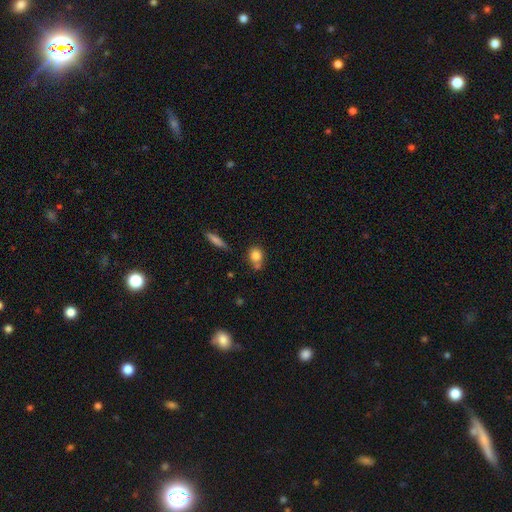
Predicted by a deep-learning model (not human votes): This is clearly a smooth galaxy (81%). How rounded: likely round (63%). Merging: possibly none (56%).